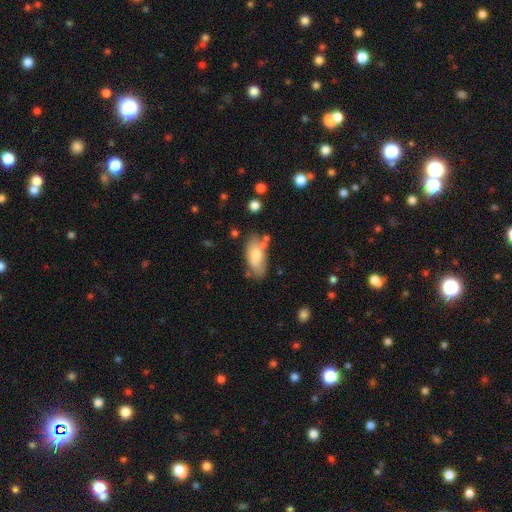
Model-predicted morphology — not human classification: smooth 80%, featured or disk 14%, star or artifact 7%. Down the decision tree: how rounded — in between (87%); merging — none (62%).